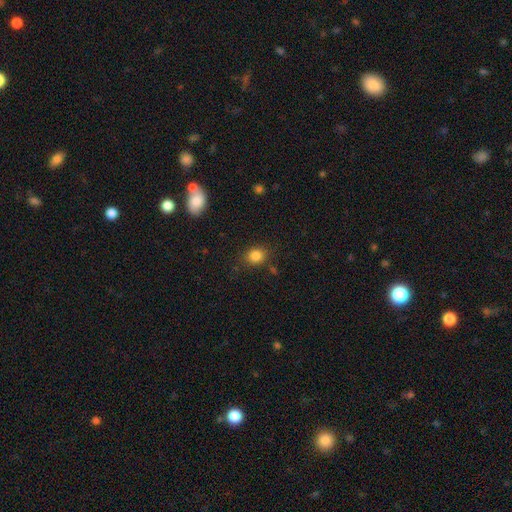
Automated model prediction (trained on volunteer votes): smooth_or_featured: smooth (p=0.84) [alt: star or artifact p=0.11]
how_rounded: round (p=0.63) [alt: in between p=0.36]
merging: none (p=0.82) [alt: minor disturbance p=0.11]